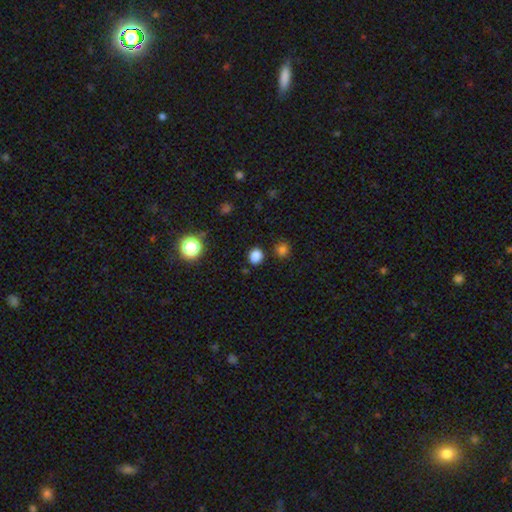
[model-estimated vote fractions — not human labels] smooth 82%, star or artifact 15%, featured or disk 3%. Down the decision tree: how rounded — round (70%); merging — none (86%).